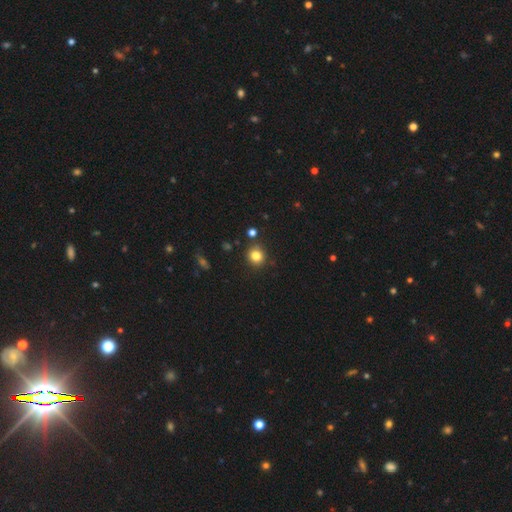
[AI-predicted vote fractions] Smooth or featured? Predicted: smooth (p=0.81). How rounded? Predicted: round (p=0.87). Merging? Predicted: none (p=0.84).